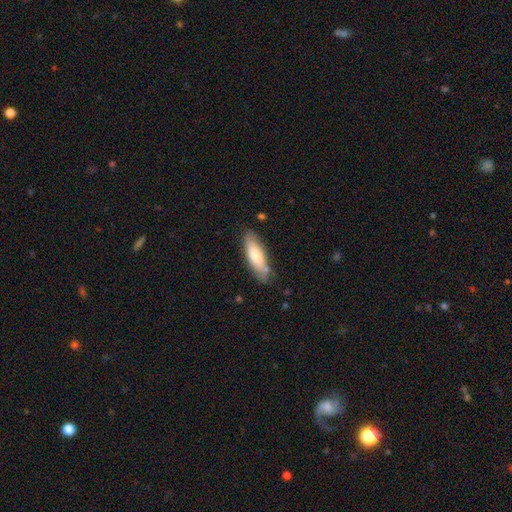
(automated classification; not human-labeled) Smooth or featured?
  - smooth: 75% *
  - featured or disk: 20%
  - star or artifact: 6%
How rounded?
  - in between: 54% *
  - cigar-shaped: 45%
  - round: 2%
Merging?
  - none: 76% *
  - minor disturbance: 17%
  - major disturbance: 4%
  - merger: 3%